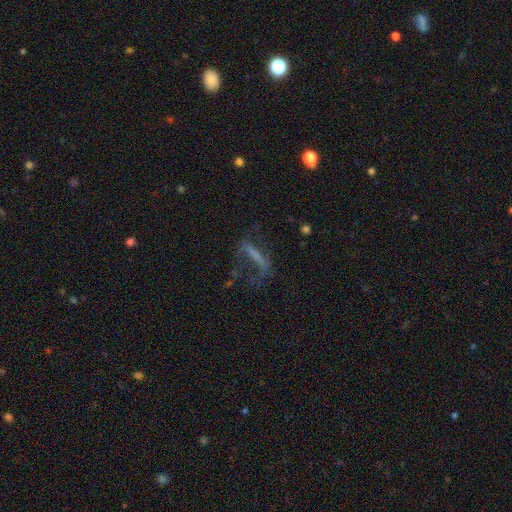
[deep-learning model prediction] Smooth or featured: featured or disk — 49% (smooth — 34%)
Merging: major disturbance — 41% (none — 36%)